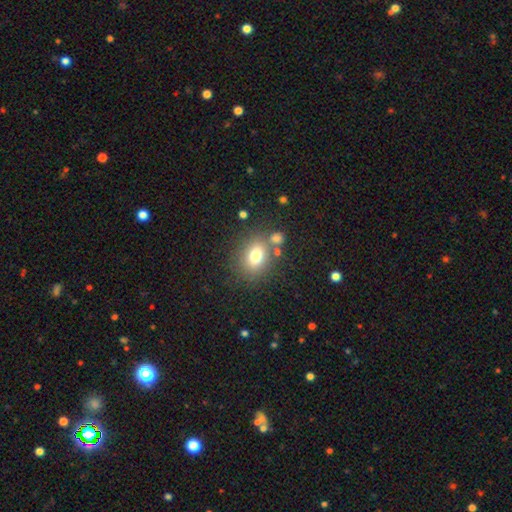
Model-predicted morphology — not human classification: This appears to be a smooth galaxy with no disk features (75%) that is in between round and cigar-shaped (58%). Merging: none (69%).